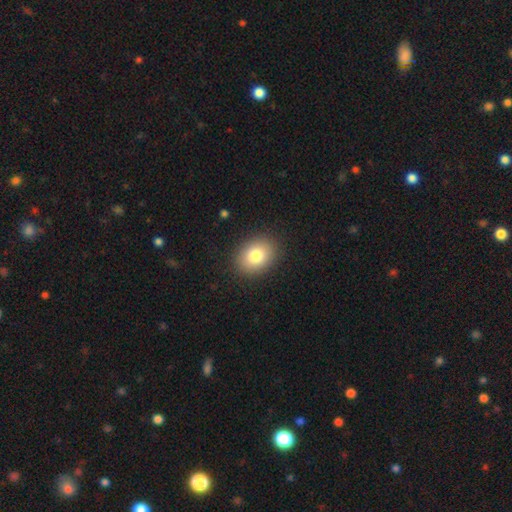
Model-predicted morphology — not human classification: Q: Smooth or featured?
A: smooth (81%); runner-up: featured or disk (10%)
Q: How rounded?
A: in between (60%); runner-up: round (39%)
Q: Merging?
A: none (89%); runner-up: minor disturbance (8%)